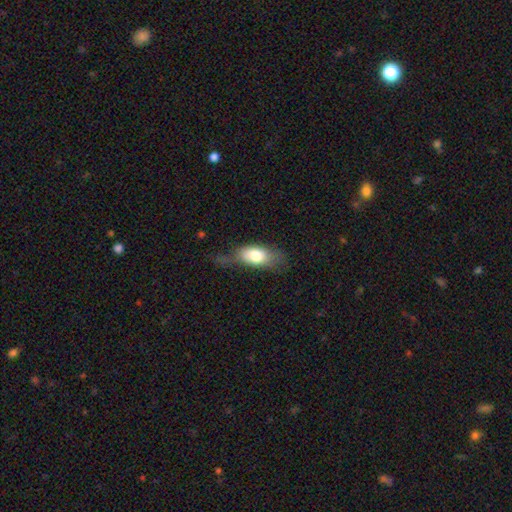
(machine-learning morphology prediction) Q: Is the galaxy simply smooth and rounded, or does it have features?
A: smooth — 73%.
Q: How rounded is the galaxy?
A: in between — 85%.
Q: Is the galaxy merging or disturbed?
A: none — 35%.